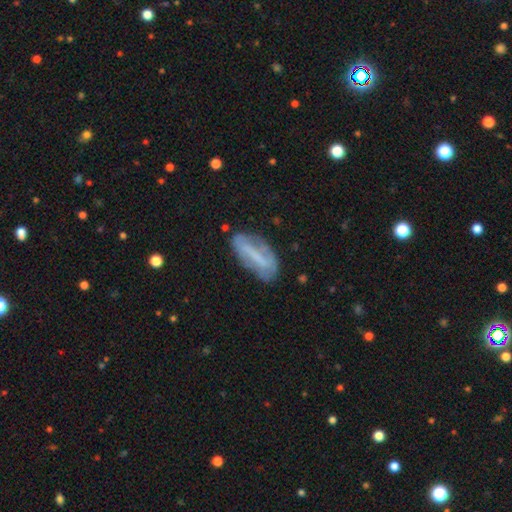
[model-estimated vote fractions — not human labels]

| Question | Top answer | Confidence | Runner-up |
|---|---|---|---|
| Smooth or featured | featured or disk | 49% | smooth (42%) |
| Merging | none | 68% | minor disturbance (21%) |